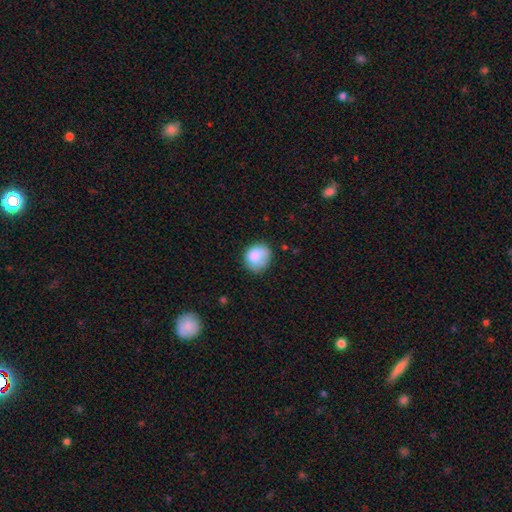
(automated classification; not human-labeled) This is clearly a smooth galaxy (80%). How rounded: likely round (66%). Merging: likely none (60%).